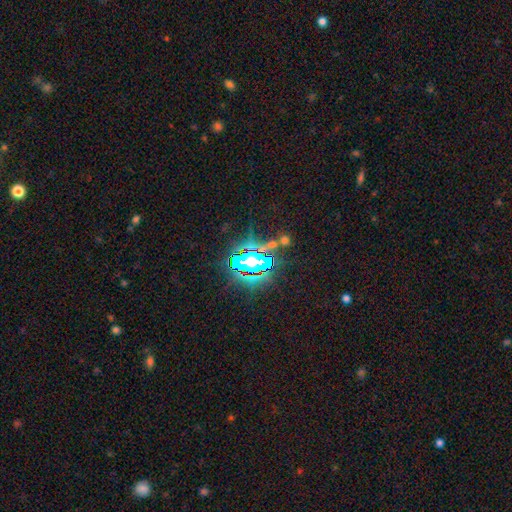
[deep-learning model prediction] Smooth or featured? Predicted: star or artifact (p=0.81).